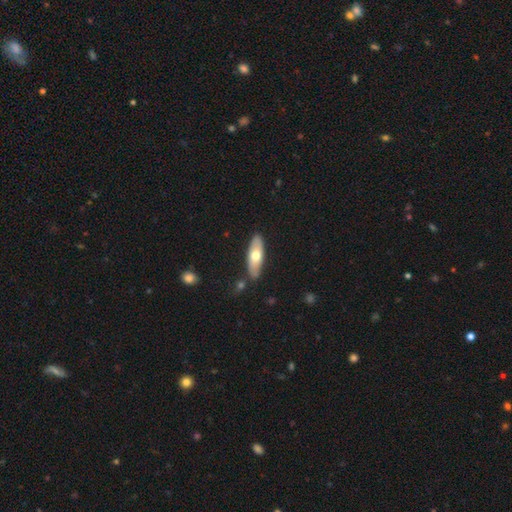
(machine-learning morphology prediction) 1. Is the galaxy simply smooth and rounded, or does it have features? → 61% smooth, 34% featured or disk, 5% star or artifact.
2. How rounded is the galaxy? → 61% in between, 36% cigar-shaped, 2% round.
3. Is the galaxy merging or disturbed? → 84% none, 11% minor disturbance, 4% merger, 2% major disturbance.